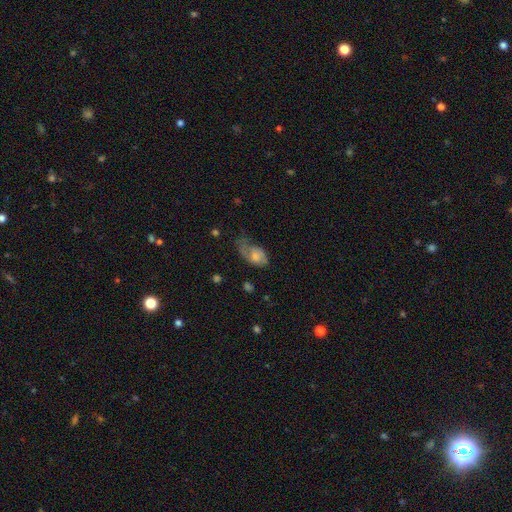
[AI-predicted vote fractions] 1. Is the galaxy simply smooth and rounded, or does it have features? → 55% smooth, 37% featured or disk, 8% star or artifact.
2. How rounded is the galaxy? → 89% in between, 8% round, 3% cigar-shaped.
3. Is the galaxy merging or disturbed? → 35% major disturbance, 33% minor disturbance, 29% none, 3% merger.